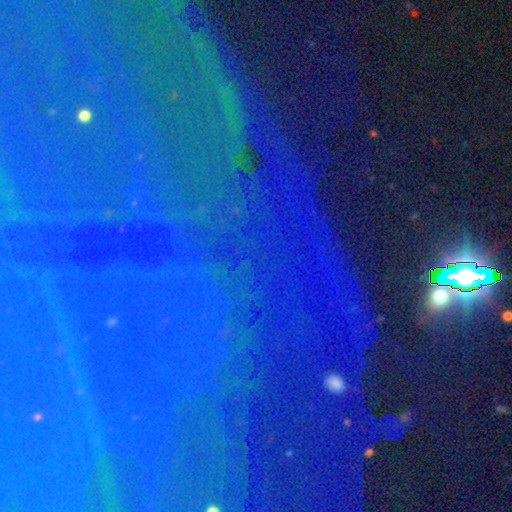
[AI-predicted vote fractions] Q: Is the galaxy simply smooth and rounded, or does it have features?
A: star or artifact — 82%.